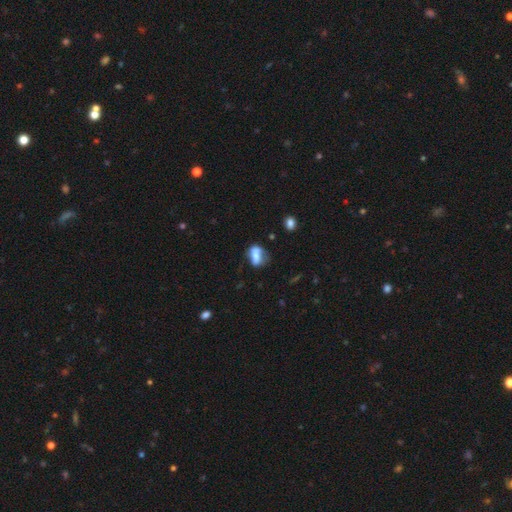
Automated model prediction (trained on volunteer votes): Overall: smooth (60%; featured or disk 31%). How rounded: in between (72%). Merging: none (40%; minor disturbance 26%).